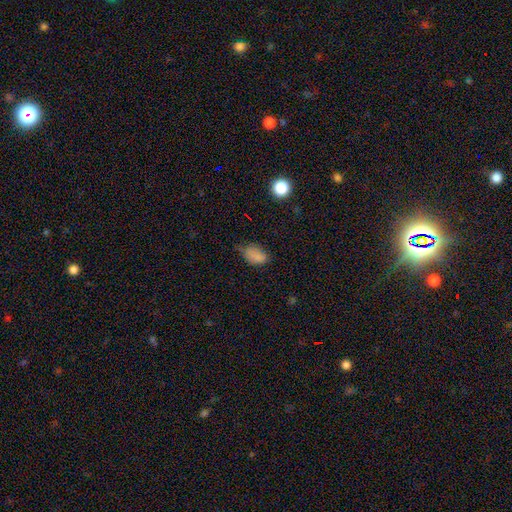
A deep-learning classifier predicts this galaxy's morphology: Smooth or featured? Predicted: smooth (p=0.80). How rounded? Predicted: in between (p=0.87). Merging? Predicted: none (p=0.45).